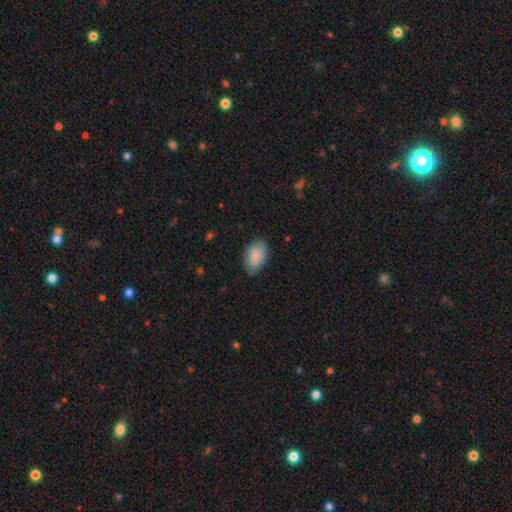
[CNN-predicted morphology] This appears to be a smooth galaxy with no disk features (85%) that is in between round and cigar-shaped (93%). Merging: none (78%).